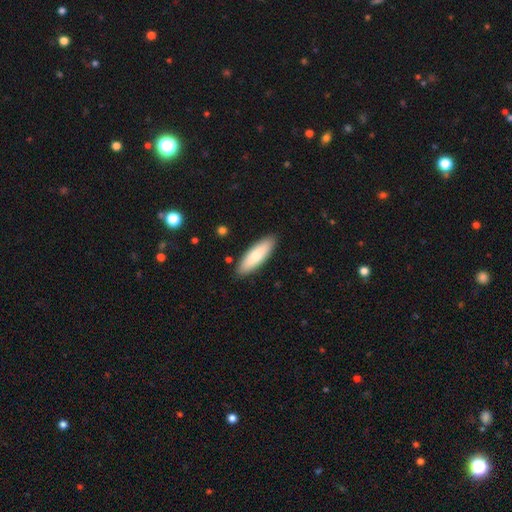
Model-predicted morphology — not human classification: This is likely a smooth galaxy (77%). How rounded: possibly cigar-shaped (51%). Merging: clearly none (89%).